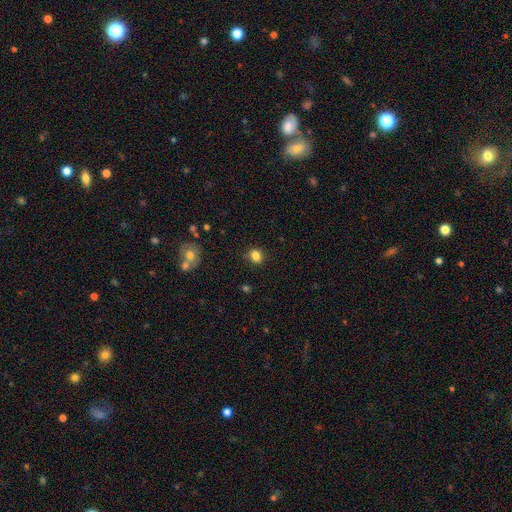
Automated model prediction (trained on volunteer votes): smooth-or-featured: smooth: 83% | star or artifact: 11% | featured or disk: 5%
  how-rounded: round: 60% | in between: 39% | cigar-shaped: 1%
  merging: none: 82% | minor disturbance: 13% | major disturbance: 3% | merger: 2%